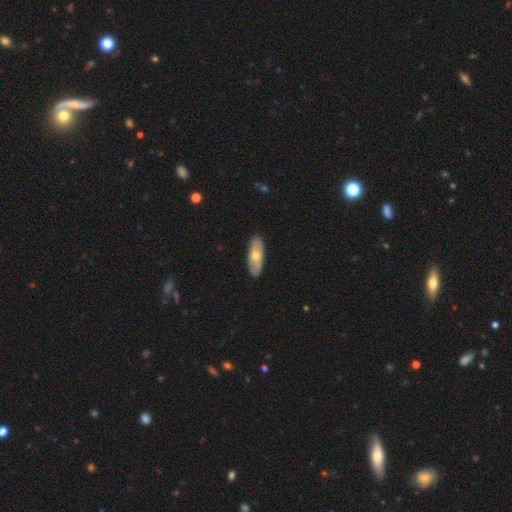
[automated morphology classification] smooth_or_featured: smooth (p=0.55) [alt: featured or disk p=0.40]
how_rounded: in between (p=0.72) [alt: cigar-shaped p=0.25]
merging: none (p=0.88) [alt: minor disturbance p=0.09]